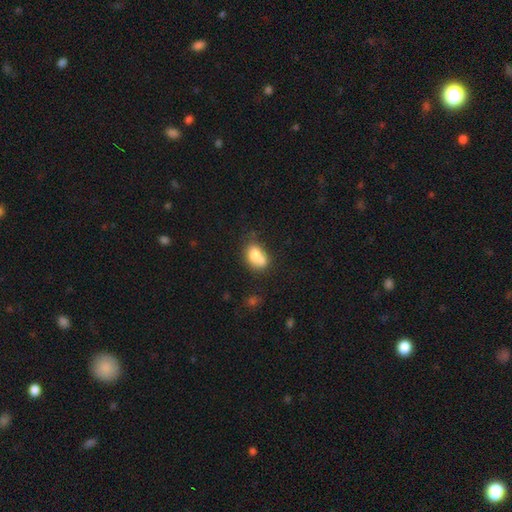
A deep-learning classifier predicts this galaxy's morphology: The model was most divided on "merging": merger: 43%, none: 34%, minor disturbance: 17%, major disturbance: 7%. More confident: smooth or featured — smooth (73%); how rounded — in between (72%).